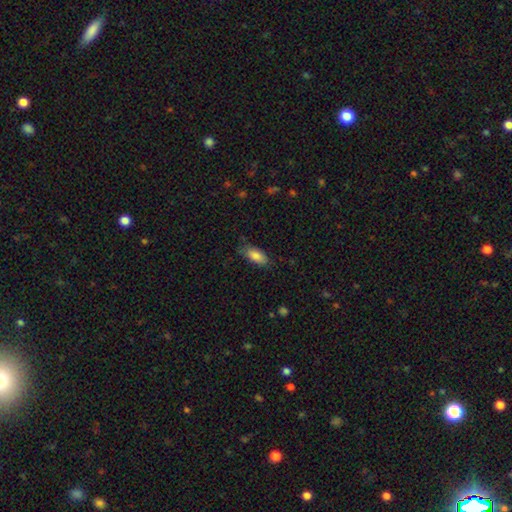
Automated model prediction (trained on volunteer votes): A smooth galaxy with no disk features (84%) that is in between round and cigar-shaped (85%). Merging: none (75%).